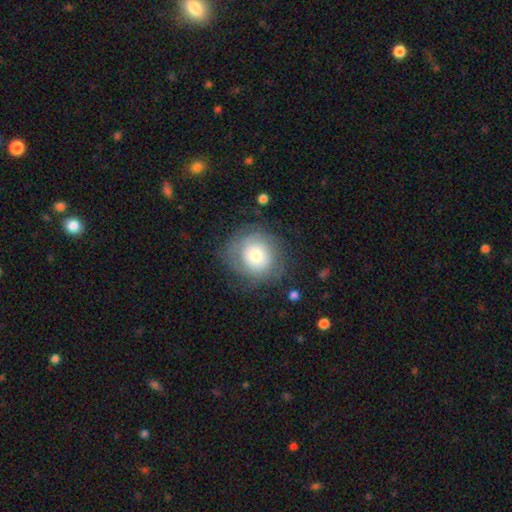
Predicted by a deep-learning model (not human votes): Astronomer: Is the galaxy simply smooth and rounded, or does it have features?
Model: smooth — 49% (runner-up: featured or disk, 43%).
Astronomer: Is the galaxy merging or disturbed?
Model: none — 72%.